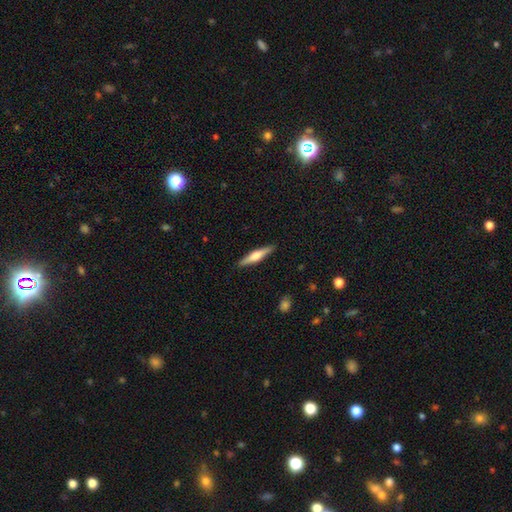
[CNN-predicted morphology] type=featured or disk (56%); edge-on=yes (97%); edge-on bulge=rounded (80%); merging=none (91%).